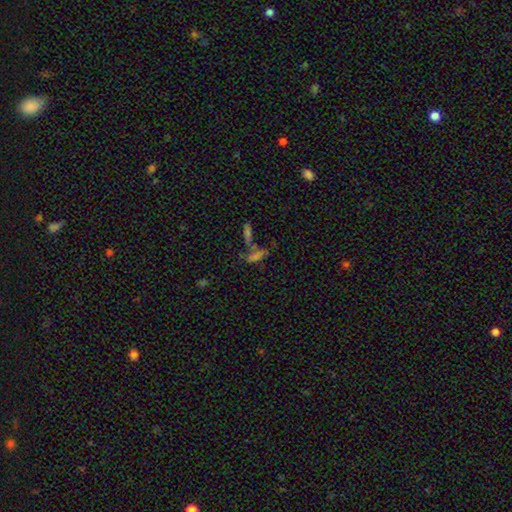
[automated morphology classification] type=smooth (52%); roundness=cigar-shaped (56%); merging=merger (40%, tied with none).